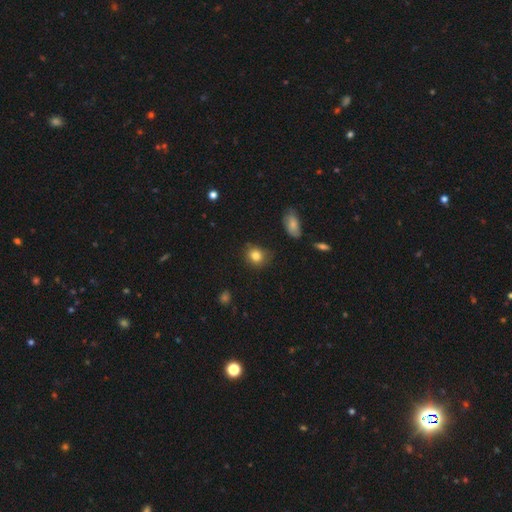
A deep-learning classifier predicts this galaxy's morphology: Smooth or featured: smooth — 82% (star or artifact — 10%)
How rounded: round — 69% (in between — 30%)
Merging: none — 75% (minor disturbance — 19%)